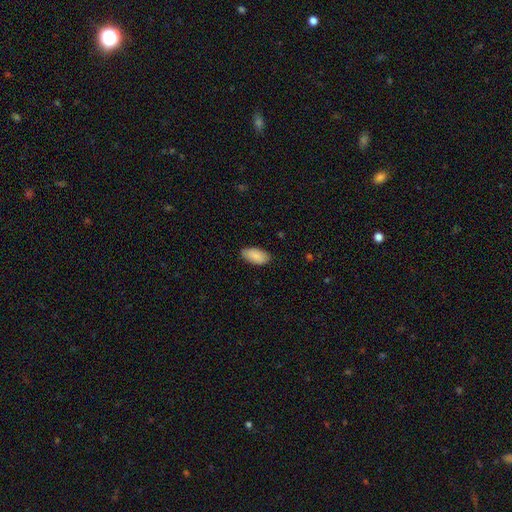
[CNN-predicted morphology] This appears to be a smooth galaxy with no disk features (88%) that is in between round and cigar-shaped (94%). Merging: none (82%).